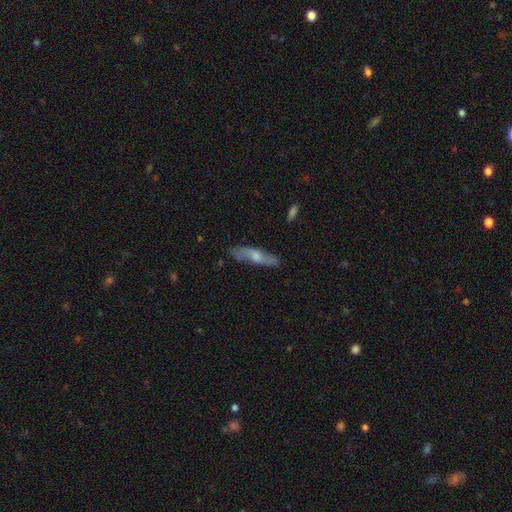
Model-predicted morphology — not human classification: Smooth or featured? featured or disk (57%)
Edge-on disk? no (51%)
Merging? none (79%)